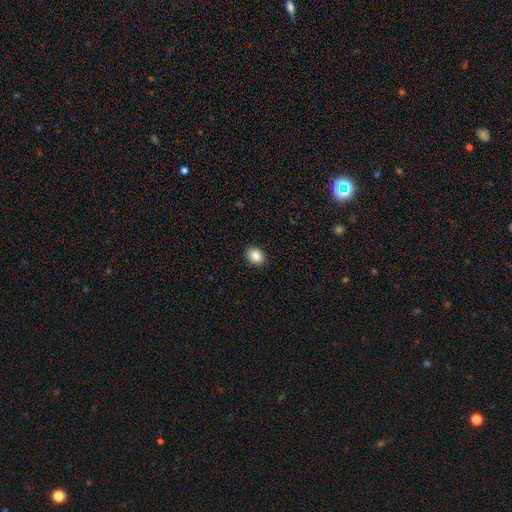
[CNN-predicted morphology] This appears to be a smooth galaxy with no disk features (85%) that is round (55%). Merging: none (90%).